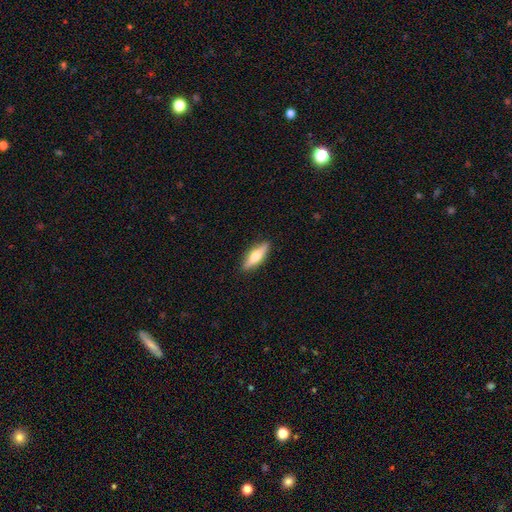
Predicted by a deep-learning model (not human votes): This appears to be a smooth galaxy with no disk features (48%). Merging: none (89%).